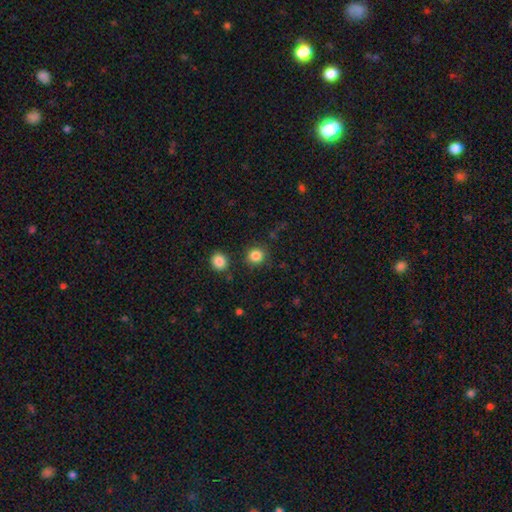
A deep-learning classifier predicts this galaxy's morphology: A smooth galaxy with no disk features (84%) that is round (89%). Merging: none (86%).